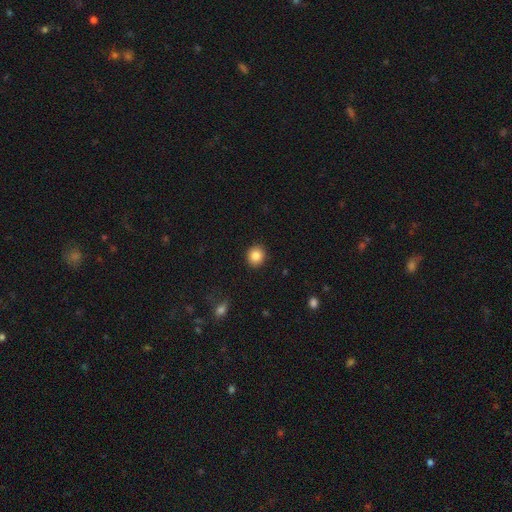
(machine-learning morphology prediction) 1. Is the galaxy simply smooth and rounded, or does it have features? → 85% smooth, 9% star or artifact, 5% featured or disk.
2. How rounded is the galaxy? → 83% round, 17% in between, 1% cigar-shaped.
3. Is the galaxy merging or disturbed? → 91% none, 6% minor disturbance, 2% major disturbance, 1% merger.